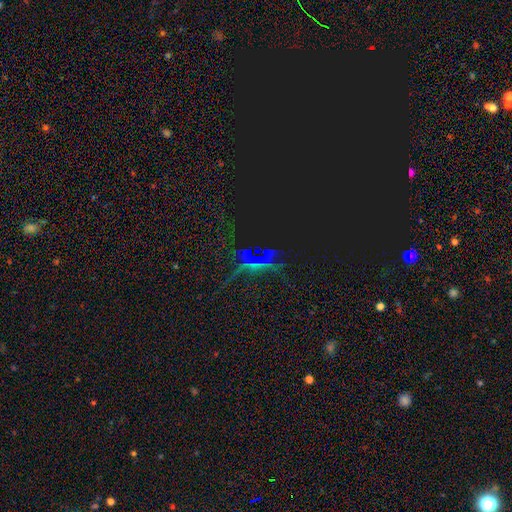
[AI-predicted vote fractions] smooth_or_featured: star or artifact (p=0.83) [alt: smooth p=0.09]